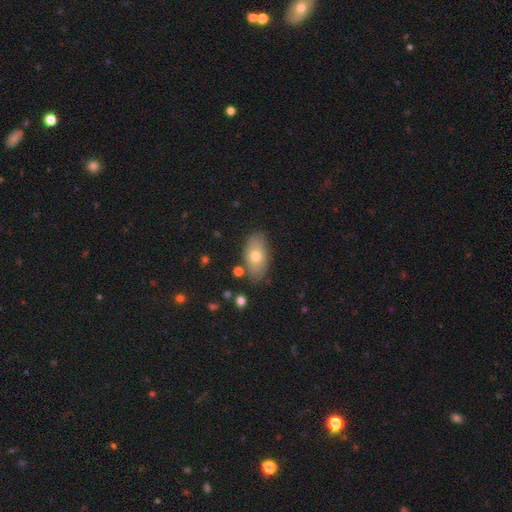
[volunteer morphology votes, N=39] Smooth or featured? 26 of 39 (67%) said smooth. How rounded? 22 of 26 (85%) said in between. Merging? 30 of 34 (88%) said none.